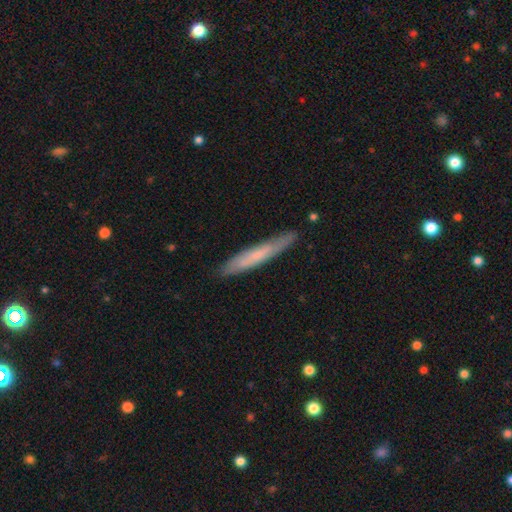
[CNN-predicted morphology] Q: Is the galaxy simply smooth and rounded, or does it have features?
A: smooth — 54%.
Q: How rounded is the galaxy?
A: cigar-shaped — 94%.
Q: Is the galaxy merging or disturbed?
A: none — 85%.